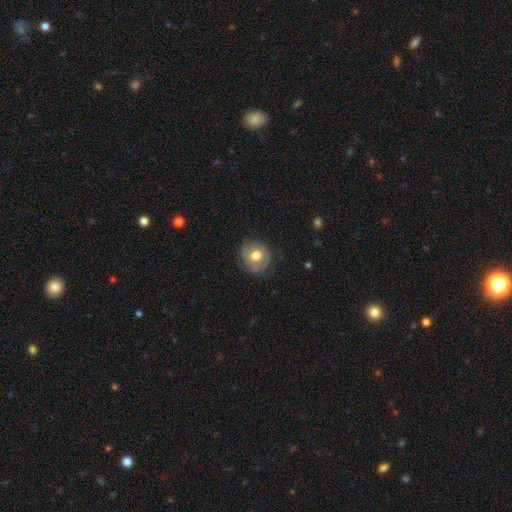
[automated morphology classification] Smooth or featured? Predicted: smooth (p=0.63). How rounded? Predicted: round (p=0.86). Merging? Predicted: none (p=0.81).